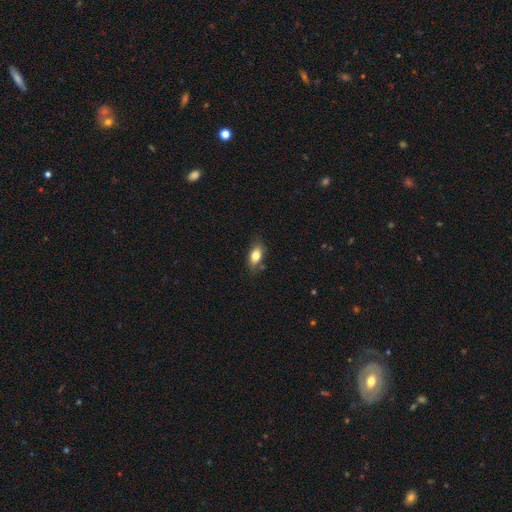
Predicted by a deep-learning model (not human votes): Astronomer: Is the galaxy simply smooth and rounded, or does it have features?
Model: smooth — 79%.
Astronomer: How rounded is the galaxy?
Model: in between — 87%.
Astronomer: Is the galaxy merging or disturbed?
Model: none — 77%.